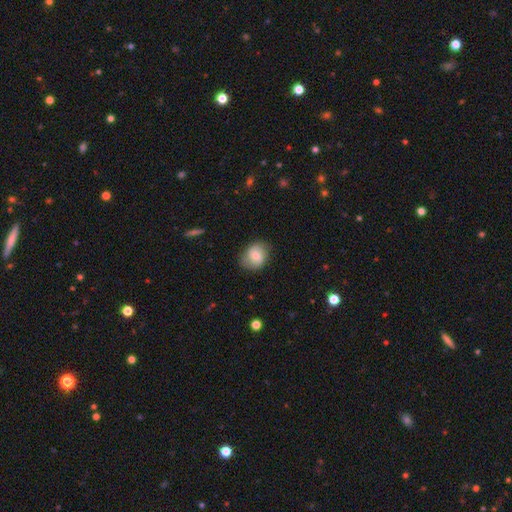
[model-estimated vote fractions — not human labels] The model was most divided on "how rounded": round: 53%, in between: 46%, cigar-shaped: 1%. More confident: merging — none (75%); smooth or featured — smooth (66%).